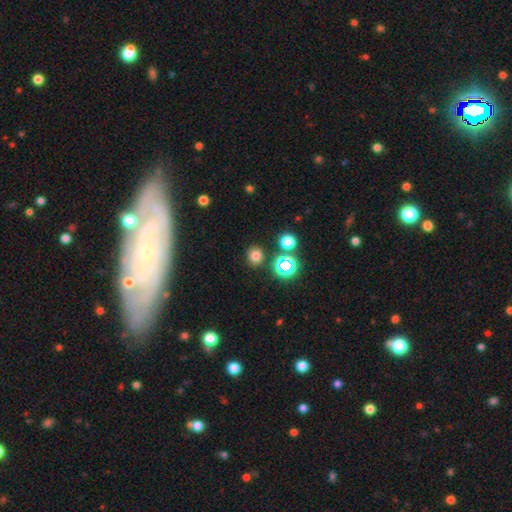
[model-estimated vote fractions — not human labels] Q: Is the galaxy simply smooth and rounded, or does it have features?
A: smooth — 72%.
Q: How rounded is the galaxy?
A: round — 83%.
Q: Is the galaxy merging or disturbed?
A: none — 86%.